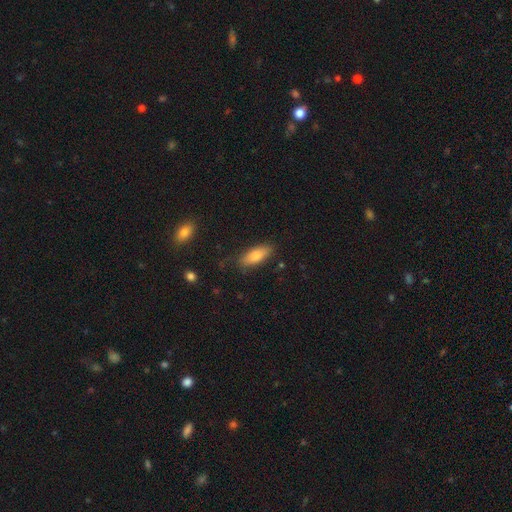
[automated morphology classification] Smooth or featured? Predicted: smooth (p=0.79). How rounded? Predicted: in between (p=0.74). Merging? Predicted: none (p=0.80).